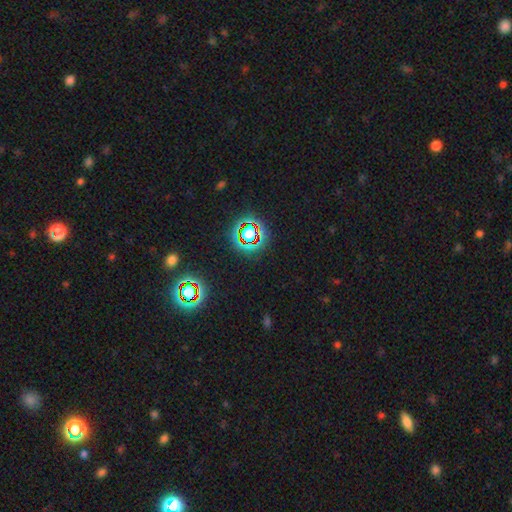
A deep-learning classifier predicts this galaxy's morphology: Smooth or featured? star or artifact (73%)